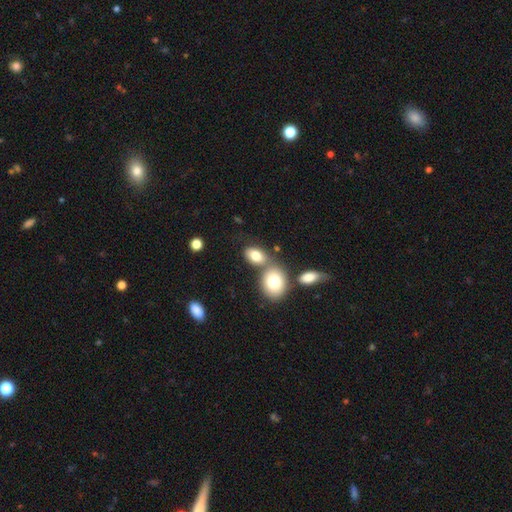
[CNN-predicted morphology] The model was most divided on "merging": none: 51%, merger: 32%, minor disturbance: 12%, major disturbance: 5%. More confident: how rounded — in between (81%); smooth or featured — smooth (80%).